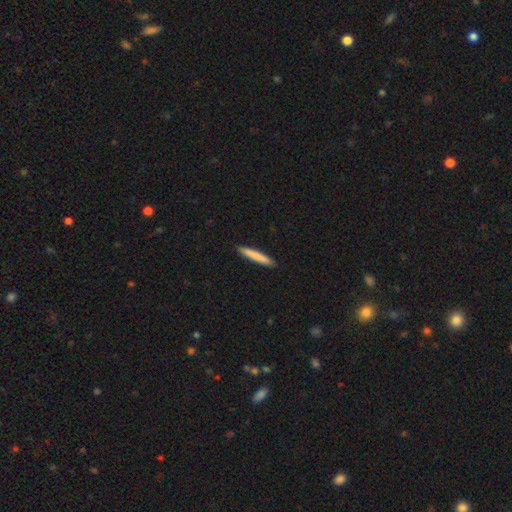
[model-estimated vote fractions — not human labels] Overall: smooth (81%). How rounded: cigar-shaped (94%). Merging: none (91%).